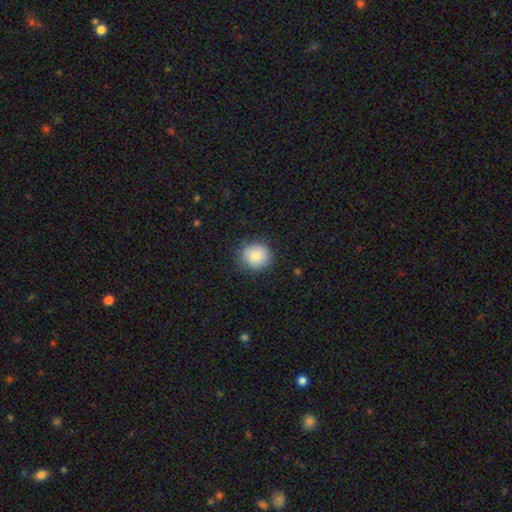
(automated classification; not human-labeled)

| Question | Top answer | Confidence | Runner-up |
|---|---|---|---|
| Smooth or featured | smooth | 85% | featured or disk (8%) |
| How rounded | round | 86% | in between (13%) |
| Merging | none | 83% | minor disturbance (12%) |